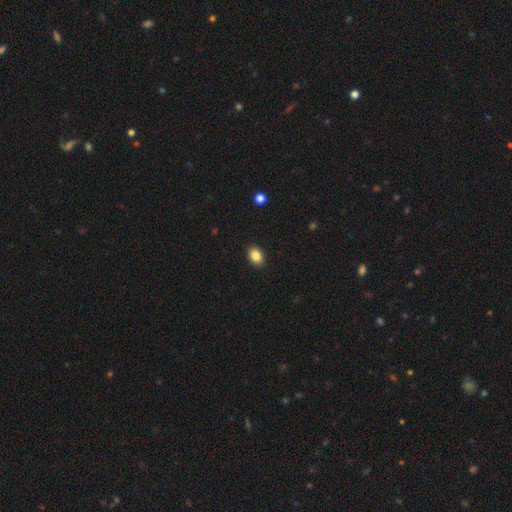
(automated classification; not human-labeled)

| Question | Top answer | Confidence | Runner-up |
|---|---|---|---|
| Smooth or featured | smooth | 86% | star or artifact (9%) |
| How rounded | in between | 73% | round (26%) |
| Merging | none | 90% | minor disturbance (7%) |